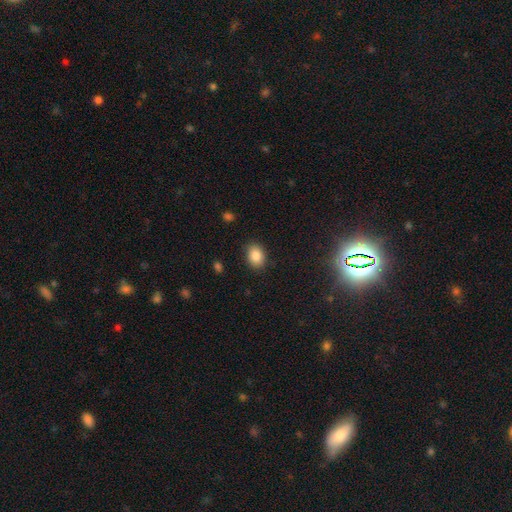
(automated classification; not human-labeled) A smooth galaxy with no disk features (86%) that is in between round and cigar-shaped (64%). Merging: none (86%).